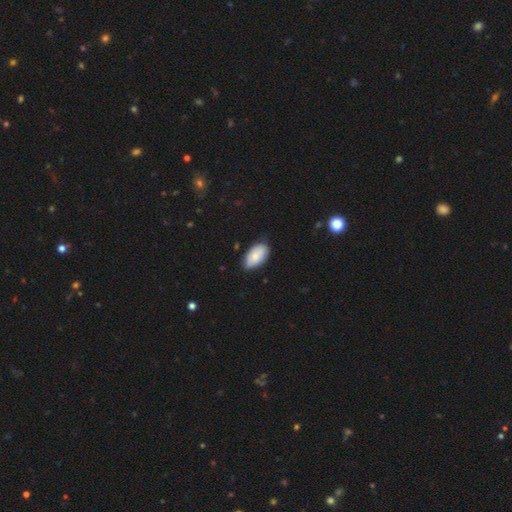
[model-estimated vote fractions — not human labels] Overall: smooth (75%). How rounded: in between (95%). Merging: none (78%).